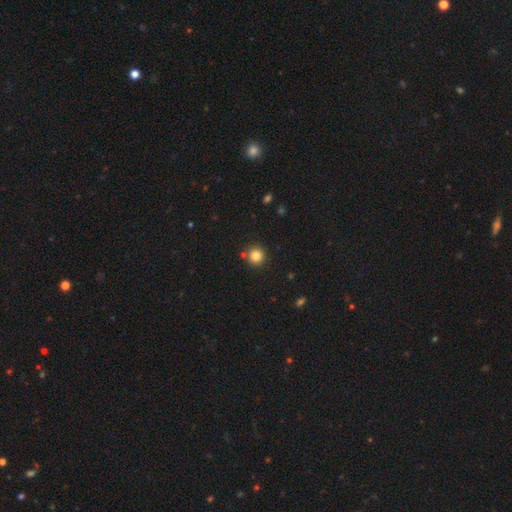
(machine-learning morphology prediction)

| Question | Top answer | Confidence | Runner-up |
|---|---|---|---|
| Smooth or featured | smooth | 83% | star or artifact (12%) |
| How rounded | round | 95% | in between (4%) |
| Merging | none | 87% | minor disturbance (6%) |